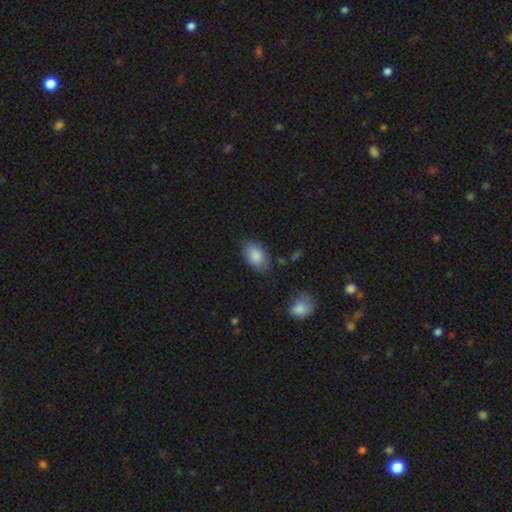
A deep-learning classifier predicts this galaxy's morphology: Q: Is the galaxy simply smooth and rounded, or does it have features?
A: smooth — 87%.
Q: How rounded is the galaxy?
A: in between — 91%.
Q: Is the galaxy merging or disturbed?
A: none — 77%.